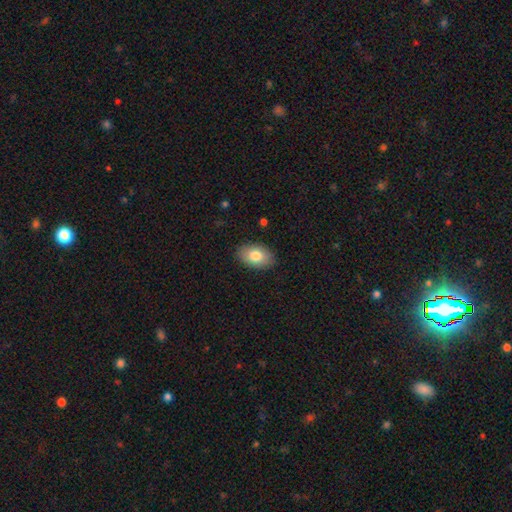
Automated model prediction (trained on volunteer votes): Smooth or featured? smooth (81%)
How rounded? in between (90%)
Merging? none (87%)